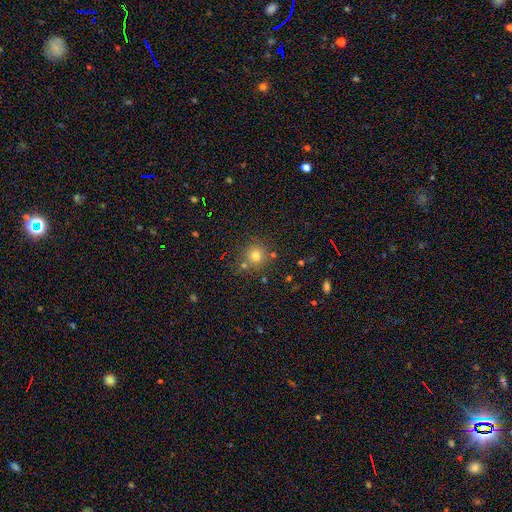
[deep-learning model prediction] Smooth or featured? smooth (75%)
How rounded? round (92%)
Merging? none (75%)